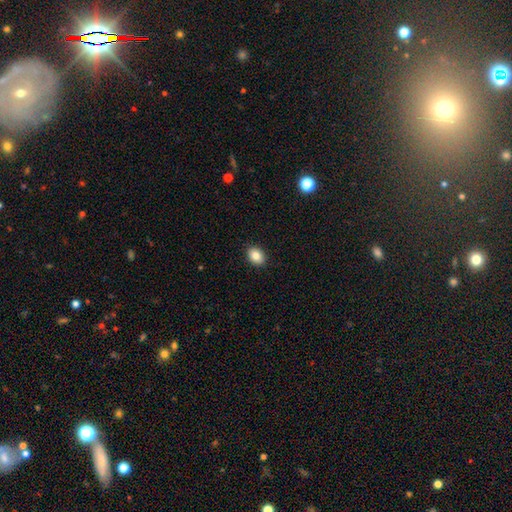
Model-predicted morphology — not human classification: A smooth galaxy with no disk features (86%) that is in between round and cigar-shaped (63%).

Vote fractions:
- Smooth or featured? smooth: 86% / star or artifact: 9% / featured or disk: 6%
- How rounded? in between: 63% / round: 36% / cigar-shaped: 1%
- Merging? none: 91% / minor disturbance: 7% / major disturbance: 2% / merger: 1%